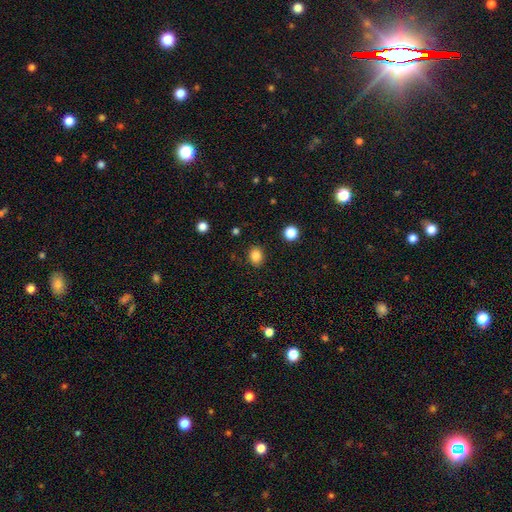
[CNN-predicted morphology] type=smooth (84%); roundness=round (59%); merging=none (88%).